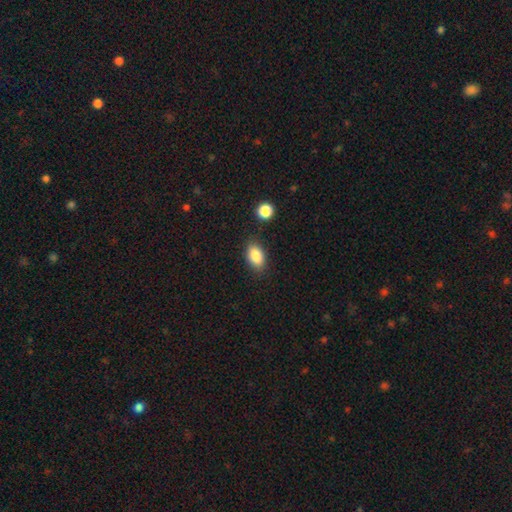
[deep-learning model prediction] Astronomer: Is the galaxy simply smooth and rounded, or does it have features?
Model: smooth — 85%.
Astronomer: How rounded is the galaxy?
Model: in between — 88%.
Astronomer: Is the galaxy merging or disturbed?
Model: none — 84%.